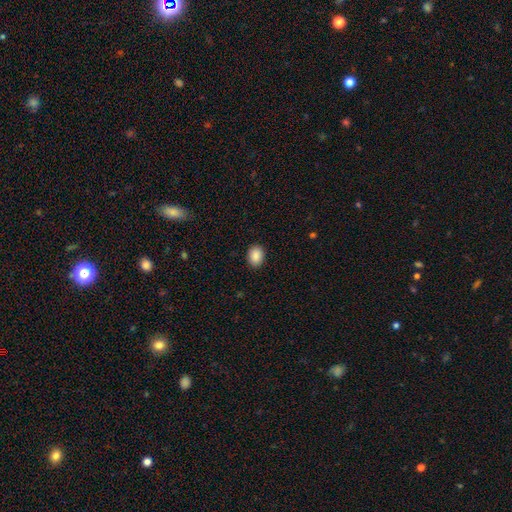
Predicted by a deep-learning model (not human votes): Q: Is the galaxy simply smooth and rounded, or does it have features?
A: smooth — 89%.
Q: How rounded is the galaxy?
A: in between — 69%.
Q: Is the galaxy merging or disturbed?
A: none — 90%.